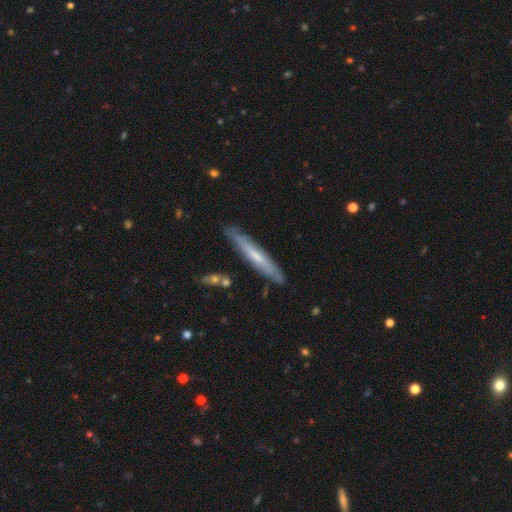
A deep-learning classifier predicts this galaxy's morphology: Overall: featured or disk (54%; smooth 40%). Edge-on disk: yes (78%). Merging: none (82%).